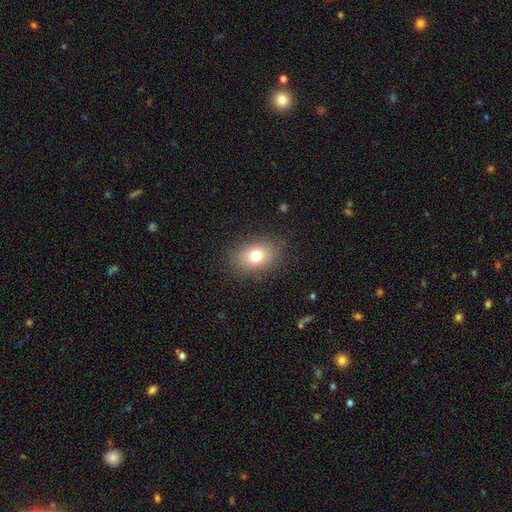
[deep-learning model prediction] Morphology: type=smooth (75%); roundness=in between (73%); merging=none (85%).